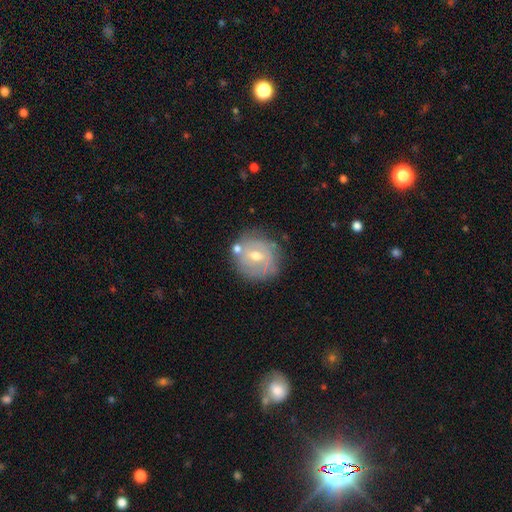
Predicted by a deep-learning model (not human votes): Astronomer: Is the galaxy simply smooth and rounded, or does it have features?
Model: featured or disk — 59%.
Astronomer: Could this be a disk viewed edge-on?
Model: no — 96%.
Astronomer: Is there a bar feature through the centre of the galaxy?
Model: no — 47% (runner-up: weak, 44%).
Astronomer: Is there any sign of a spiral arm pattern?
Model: yes — 63%.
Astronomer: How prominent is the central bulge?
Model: moderate — 65%.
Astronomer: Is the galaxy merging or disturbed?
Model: none — 71%.